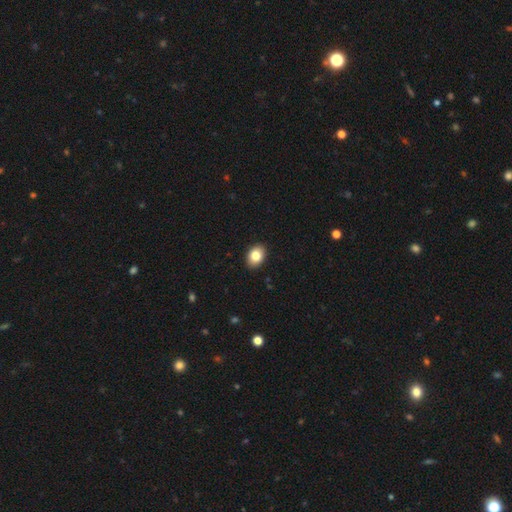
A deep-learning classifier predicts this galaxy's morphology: The model was most divided on "how rounded": in between: 74%, round: 25%, cigar-shaped: 1%. More confident: merging — none (91%); smooth or featured — smooth (83%).